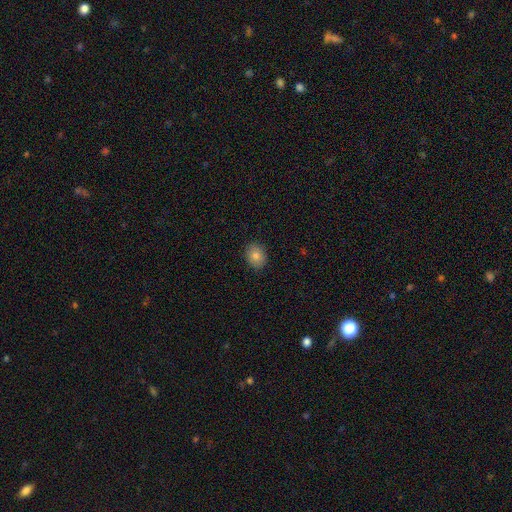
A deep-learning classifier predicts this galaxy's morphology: Smooth or featured?
  - smooth: 82% *
  - star or artifact: 9%
  - featured or disk: 9%
How rounded?
  - in between: 51% *
  - round: 48%
  - cigar-shaped: 1%
Merging?
  - none: 90% *
  - minor disturbance: 8%
  - major disturbance: 2%
  - merger: 1%